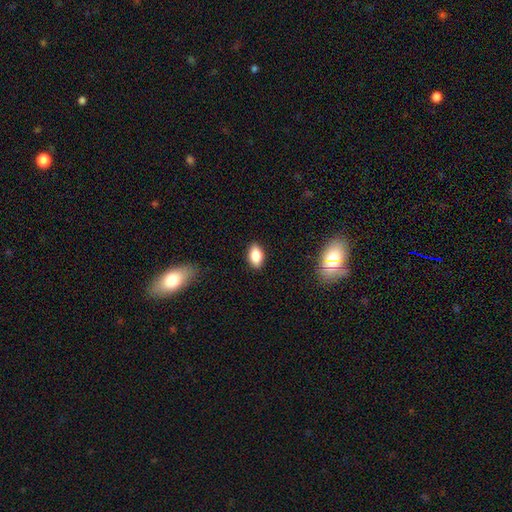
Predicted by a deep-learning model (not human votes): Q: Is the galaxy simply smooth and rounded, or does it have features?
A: smooth — 82%.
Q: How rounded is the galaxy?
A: in between — 90%.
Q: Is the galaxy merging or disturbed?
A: none — 88%.